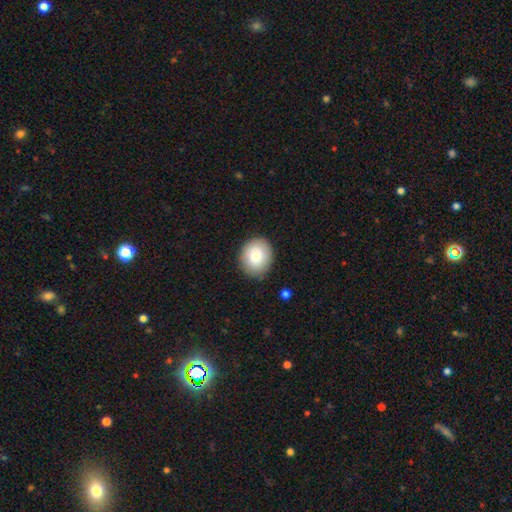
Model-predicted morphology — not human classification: Smooth or featured? smooth (82%)
How rounded? round (56%)
Merging? none (85%)